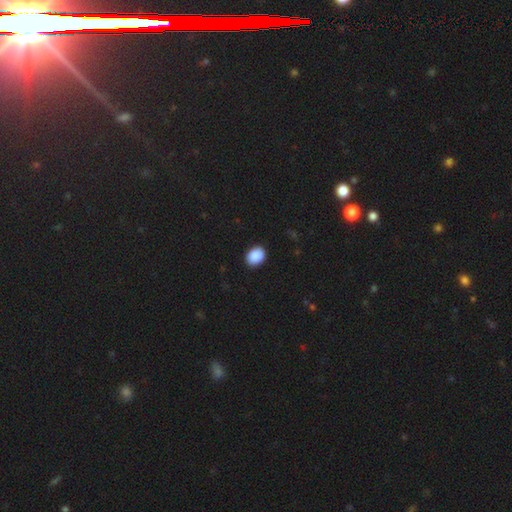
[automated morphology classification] smooth 90%, star or artifact 8%, featured or disk 3%. Down the decision tree: how rounded — in between (62%); merging — none (89%).